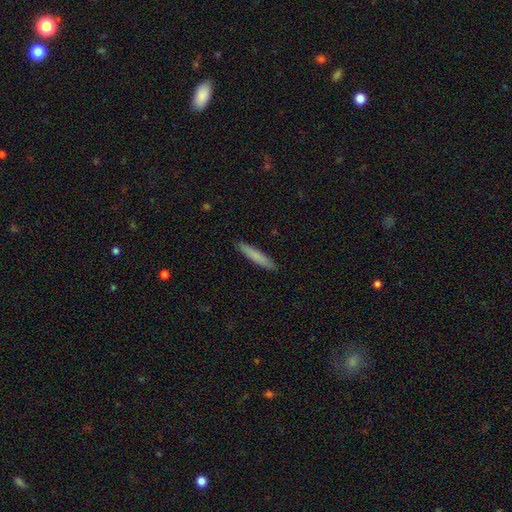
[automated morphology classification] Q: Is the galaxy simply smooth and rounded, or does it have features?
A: smooth — 80%.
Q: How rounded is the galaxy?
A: cigar-shaped — 93%.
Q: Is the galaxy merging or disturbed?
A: none — 92%.